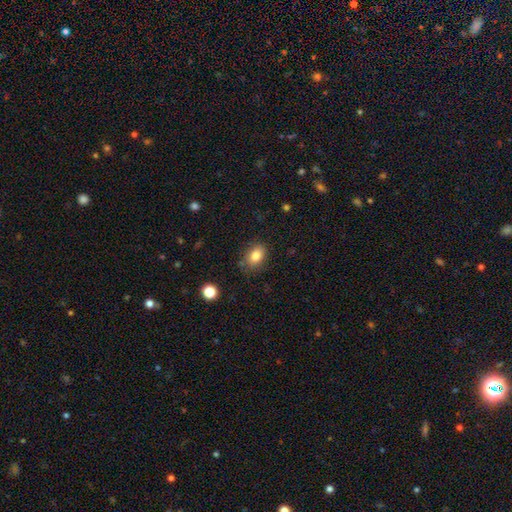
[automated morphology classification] This is clearly a smooth galaxy (83%). How rounded: likely in between (77%). Merging: likely none (78%).